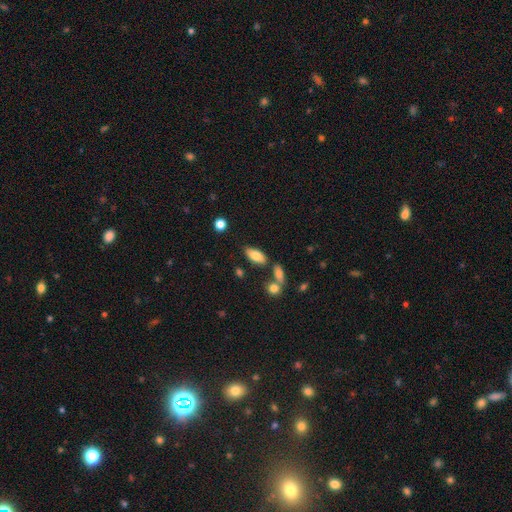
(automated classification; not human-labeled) A smooth galaxy with no disk features (78%) that is in between round and cigar-shaped (86%). Merging: none (73%).